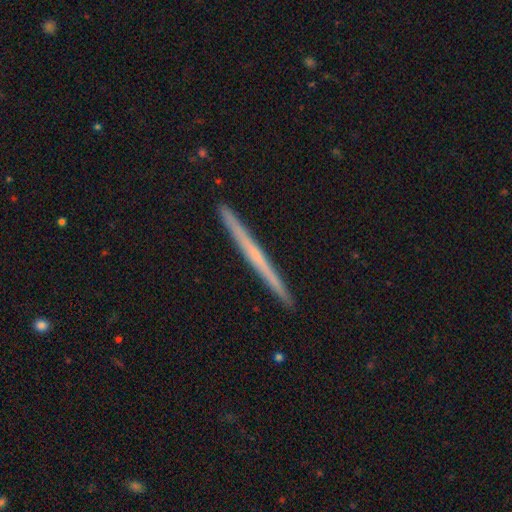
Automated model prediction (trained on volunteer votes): This is possibly a featured or disk galaxy (58%). It is clearly viewed edge-on (98%). Edge-on bulge: clearly none (82%). Merging: clearly none (93%).